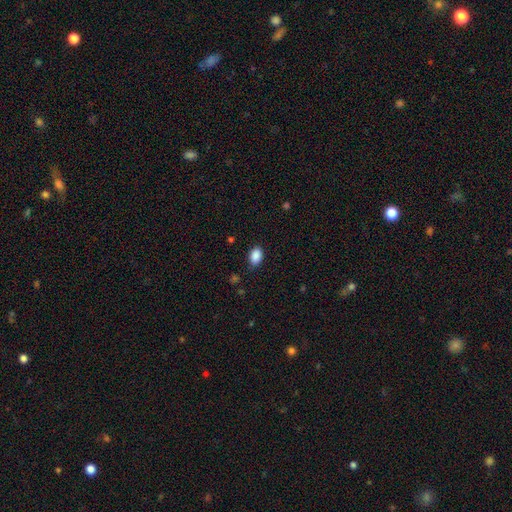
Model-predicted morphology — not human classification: This appears to be a smooth galaxy with no disk features (89%) that is in between round and cigar-shaped (87%). Merging: none (85%).